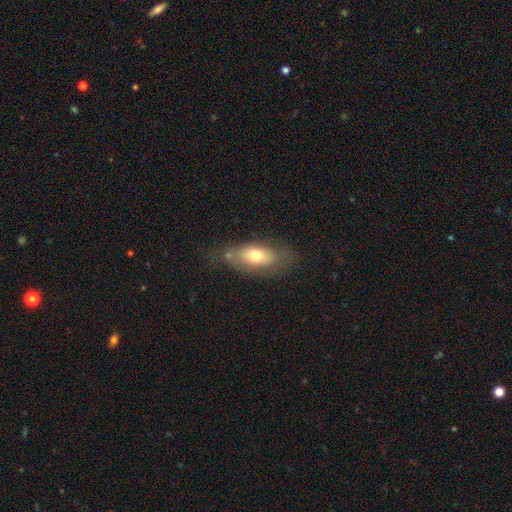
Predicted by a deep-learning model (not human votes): smooth 67%, featured or disk 25%, star or artifact 8%. Down the decision tree: how rounded — in between (81%); merging — none (63%).